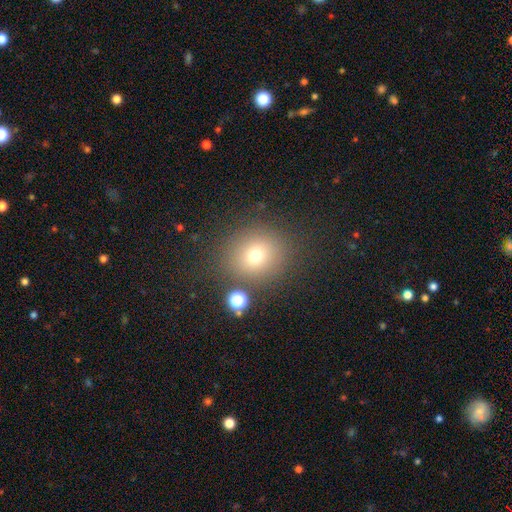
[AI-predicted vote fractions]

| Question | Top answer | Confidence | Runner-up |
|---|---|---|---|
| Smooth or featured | smooth | 70% | star or artifact (18%) |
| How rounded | round | 82% | in between (17%) |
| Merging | none | 81% | minor disturbance (9%) |